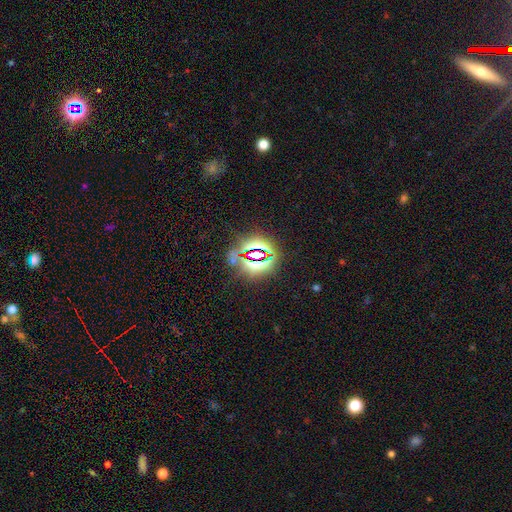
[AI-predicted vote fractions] star or artifact 76%, smooth 16%, featured or disk 8%.